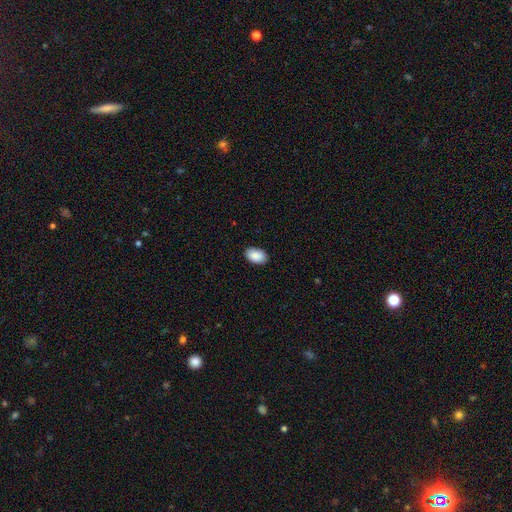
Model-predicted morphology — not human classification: Q: Smooth or featured?
A: smooth (90%); runner-up: star or artifact (6%)
Q: How rounded?
A: in between (92%); runner-up: round (7%)
Q: Merging?
A: none (89%); runner-up: minor disturbance (9%)